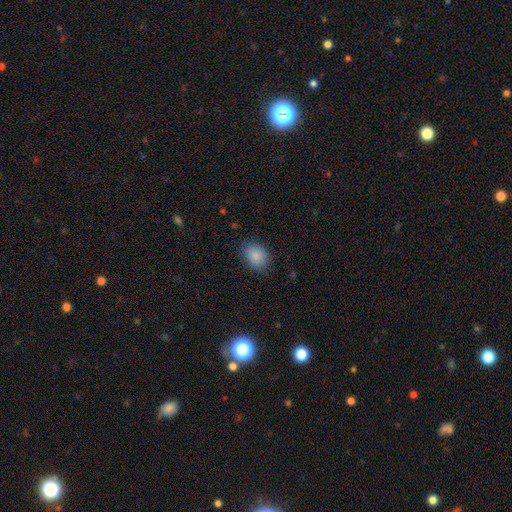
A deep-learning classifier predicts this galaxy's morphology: The model was most divided on "how rounded": in between: 71%, round: 28%, cigar-shaped: 1%. More confident: smooth or featured — smooth (88%); merging — none (81%).